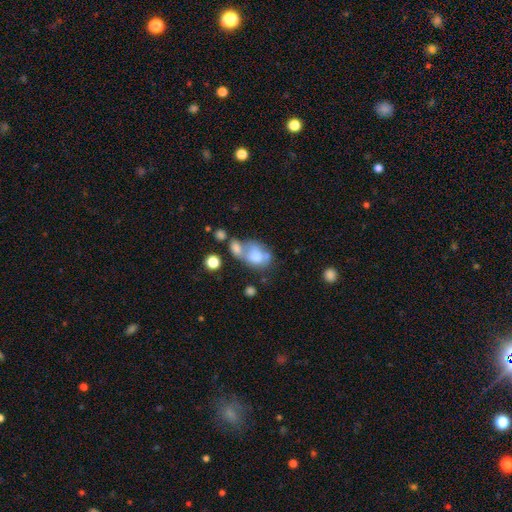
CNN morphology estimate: Overall: smooth (63%; featured or disk 27%). How rounded: in between (73%). Merging: merger (55%; none 18%).